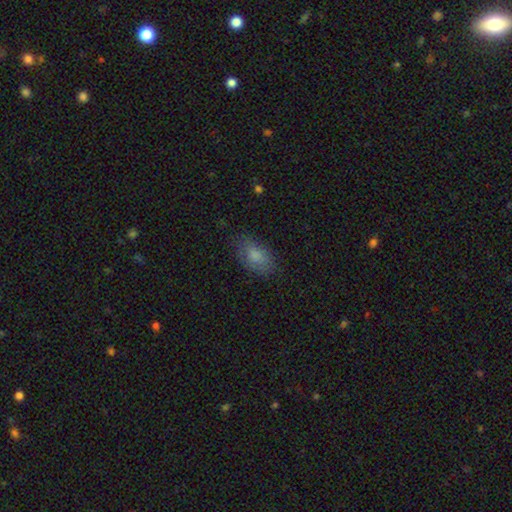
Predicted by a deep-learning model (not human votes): Smooth or featured? smooth (81%)
How rounded? in between (90%)
Merging? none (71%)